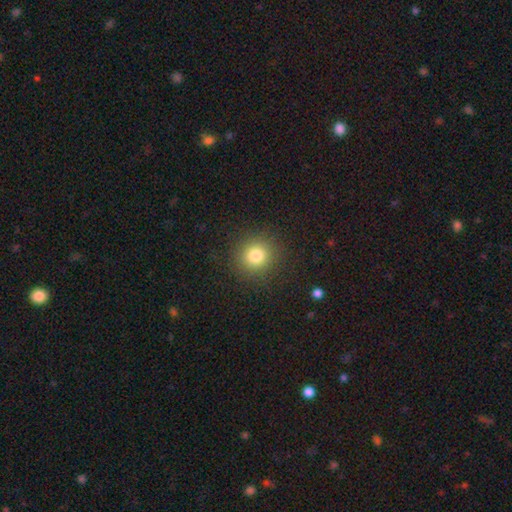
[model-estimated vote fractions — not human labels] This appears to be a smooth galaxy with no disk features (80%) that is round (92%). Merging: none (90%).